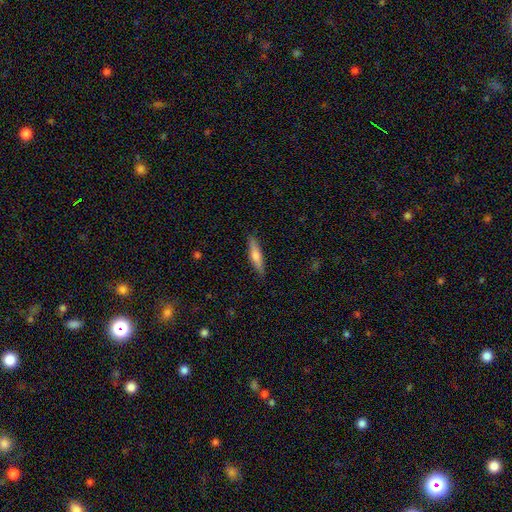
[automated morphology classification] A smooth galaxy with no disk features (58%) that is cigar-shaped (82%). Merging: none (89%).